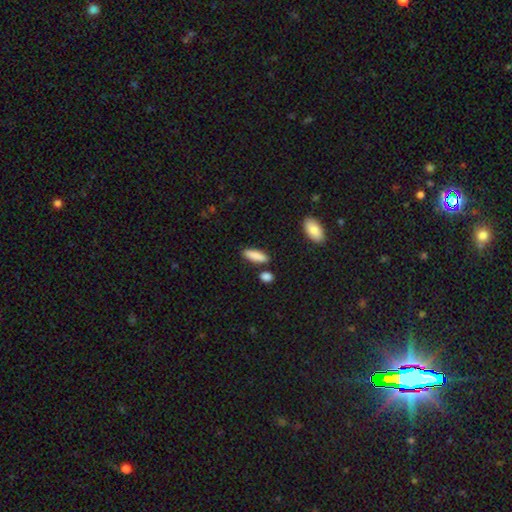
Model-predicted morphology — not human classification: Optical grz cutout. It shows a smooth galaxy with no disk features (87%) that is in between round and cigar-shaped (52%). Merging: none (82%).